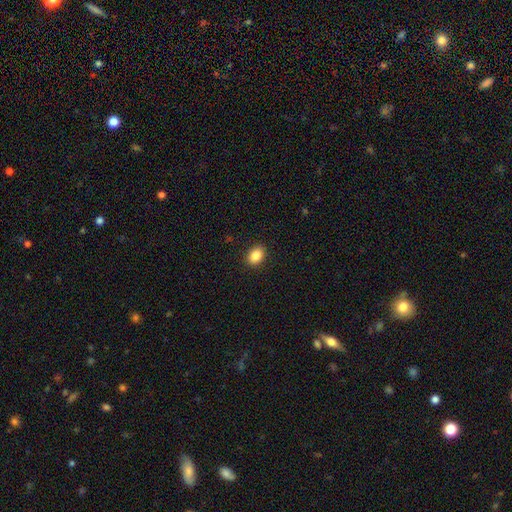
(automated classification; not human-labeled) smooth_or_featured: smooth (p=0.88) [alt: star or artifact p=0.09]
how_rounded: in between (p=0.74) [alt: round p=0.24]
merging: none (p=0.90) [alt: minor disturbance p=0.07]